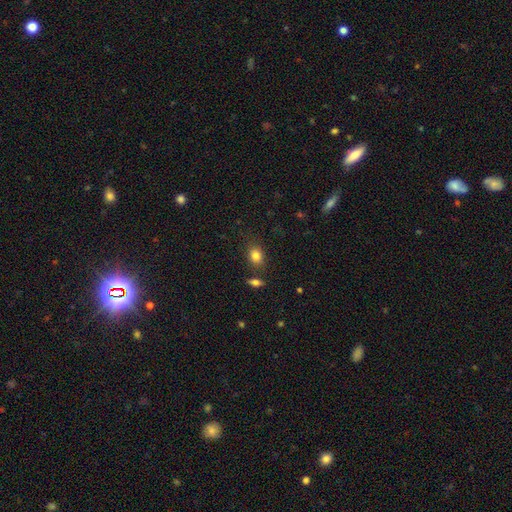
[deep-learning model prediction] Smooth or featured? Predicted: smooth (p=0.82). How rounded? Predicted: in between (p=0.59). Merging? Predicted: none (p=0.77).